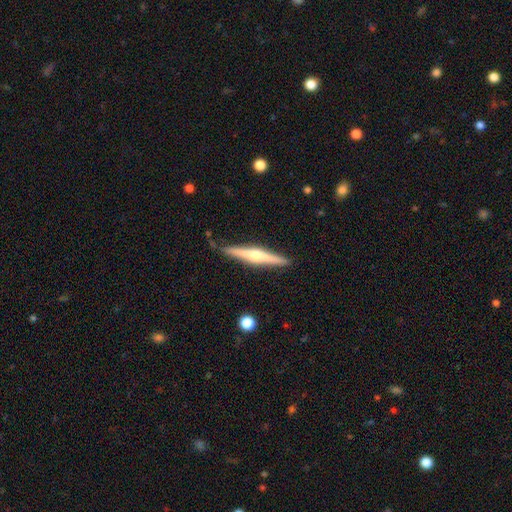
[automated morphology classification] Q: Smooth or featured?
A: featured or disk (68%); runner-up: smooth (27%)
Q: Edge-on disk?
A: yes (97%); runner-up: no (3%)
Q: Edge-on bulge?
A: rounded (88%); runner-up: none (7%)
Q: Merging?
A: none (86%); runner-up: minor disturbance (10%)